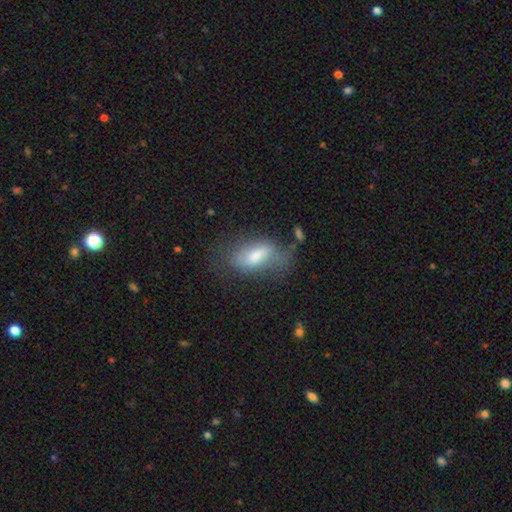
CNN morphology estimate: Smooth or featured? smooth (64%)
How rounded? in between (83%)
Merging? none (47%)